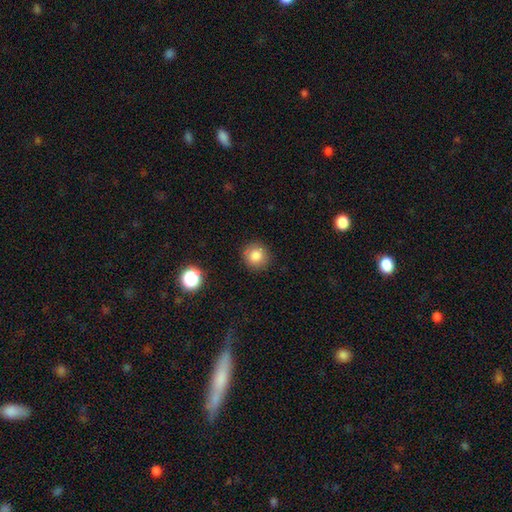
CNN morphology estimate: smooth 83%, star or artifact 11%, featured or disk 6%. Down the decision tree: how rounded — round (91%); merging — none (88%).